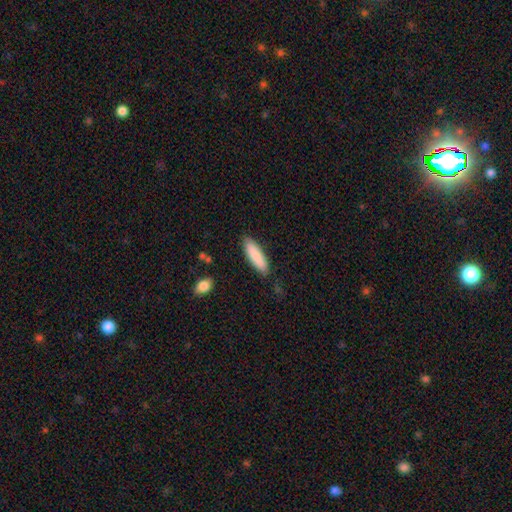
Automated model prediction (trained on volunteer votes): Q: Smooth or featured?
A: smooth (87%); runner-up: featured or disk (7%)
Q: How rounded?
A: cigar-shaped (62%); runner-up: in between (37%)
Q: Merging?
A: none (87%); runner-up: minor disturbance (10%)